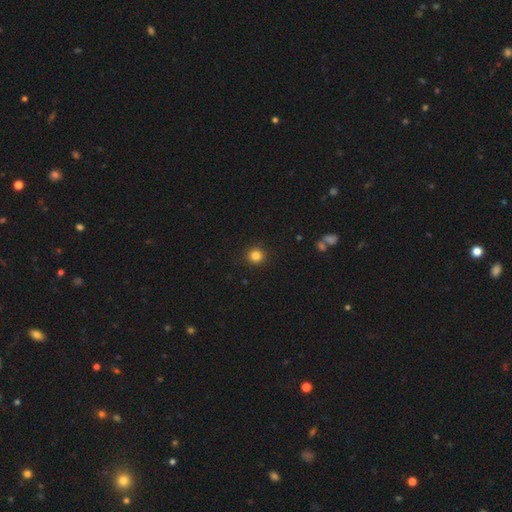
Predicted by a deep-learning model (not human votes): A smooth galaxy with no disk features (83%) that is round (94%).

Vote fractions:
- Smooth or featured? smooth: 83% / star or artifact: 12% / featured or disk: 4%
- How rounded? round: 94% / in between: 5% / cigar-shaped: 1%
- Merging? none: 92% / minor disturbance: 5% / major disturbance: 2% / merger: 1%